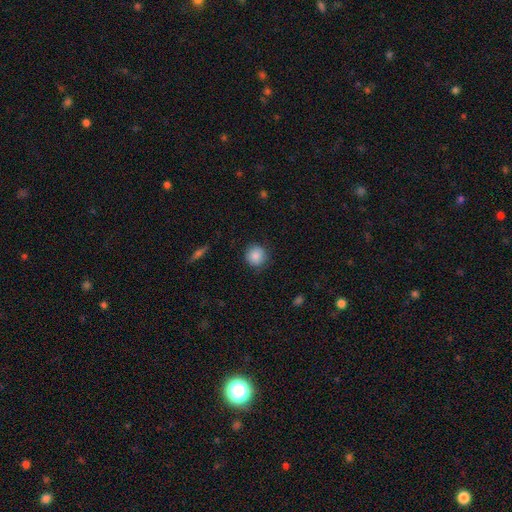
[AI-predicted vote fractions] Morphology: type=smooth (87%); roundness=round (93%); merging=none (85%).